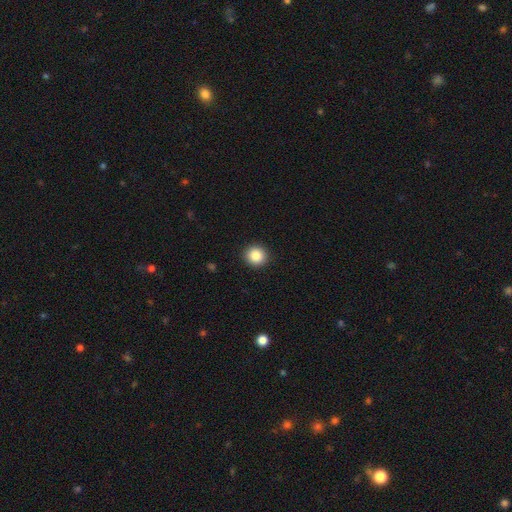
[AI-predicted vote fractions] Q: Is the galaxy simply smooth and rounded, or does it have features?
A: smooth — 86%.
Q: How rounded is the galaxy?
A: round — 91%.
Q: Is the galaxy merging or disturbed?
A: none — 92%.